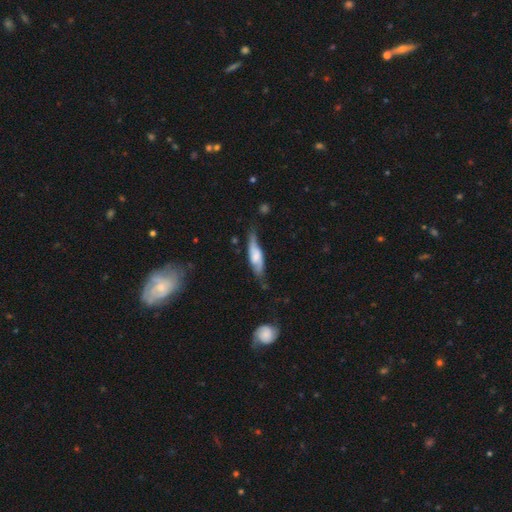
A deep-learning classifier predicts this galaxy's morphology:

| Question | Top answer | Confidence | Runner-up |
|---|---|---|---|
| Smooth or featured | featured or disk | 50% | smooth (43%) |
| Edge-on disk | no | 54% | yes (46%) |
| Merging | none | 57% | minor disturbance (31%) |